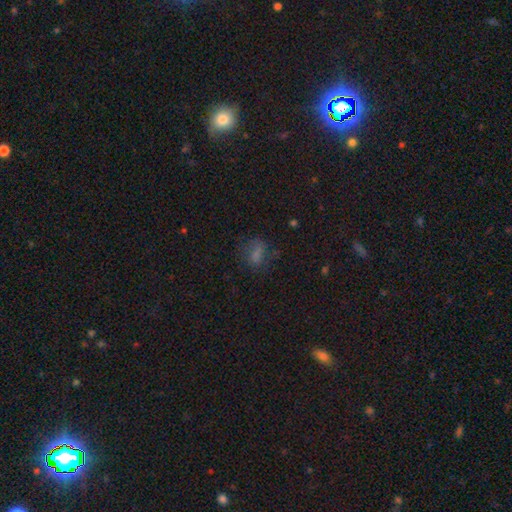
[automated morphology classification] This is possibly a smooth galaxy (56%). How rounded: likely in between (67%). Merging: likely none (64%).